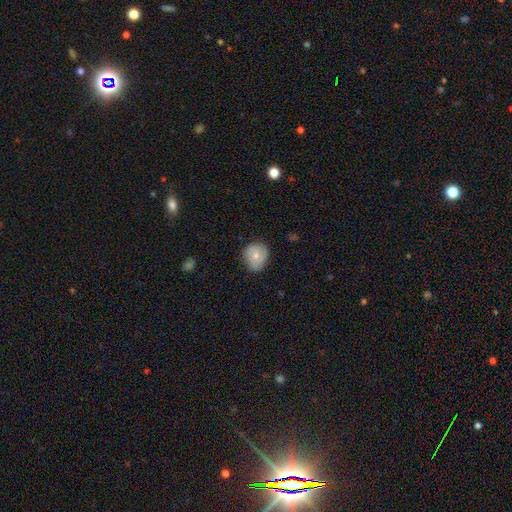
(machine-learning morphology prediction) smooth 65%, featured or disk 27%, star or artifact 8%. Down the decision tree: how rounded — round (73%); merging — none (71%).